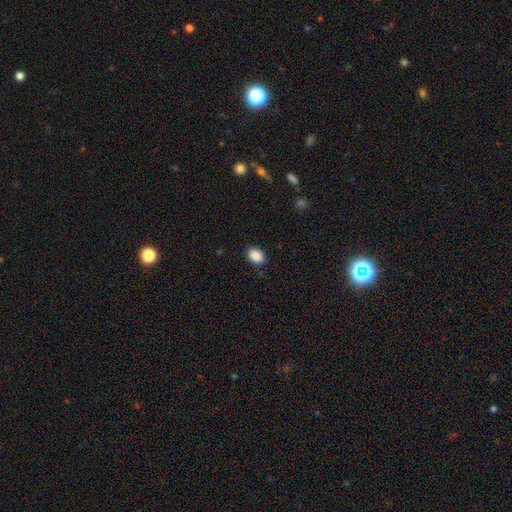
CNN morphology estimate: A smooth galaxy with no disk features (89%) that is in between round and cigar-shaped (76%). Merging: none (89%).